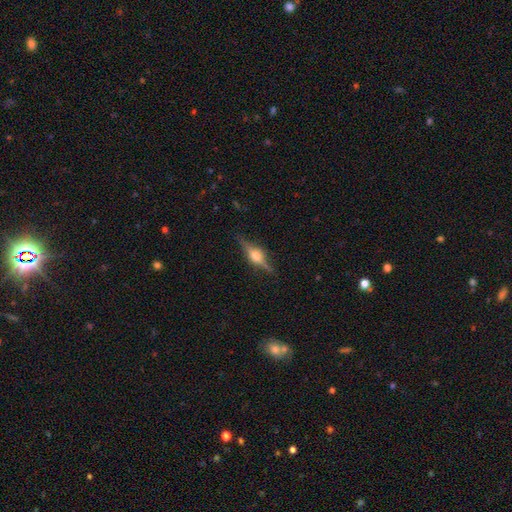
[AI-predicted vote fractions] Overall: featured or disk (76%). Edge-on disk: yes (97%). Edge-on bulge: rounded (92%). Merging: none (87%).